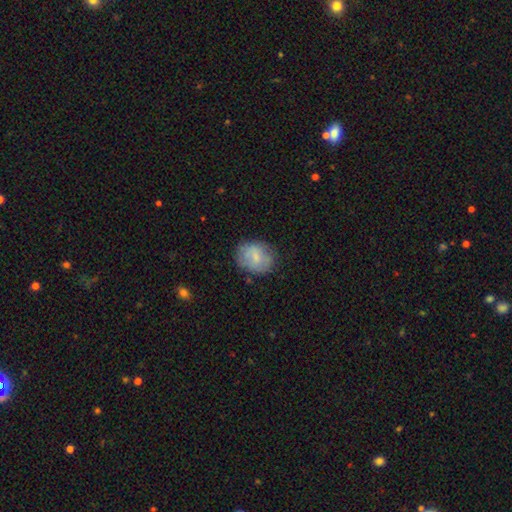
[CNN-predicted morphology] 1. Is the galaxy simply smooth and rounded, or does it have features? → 71% smooth, 22% featured or disk, 7% star or artifact.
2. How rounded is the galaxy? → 56% round, 43% in between, 1% cigar-shaped.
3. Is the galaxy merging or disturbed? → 73% none, 20% minor disturbance, 6% major disturbance, 2% merger.